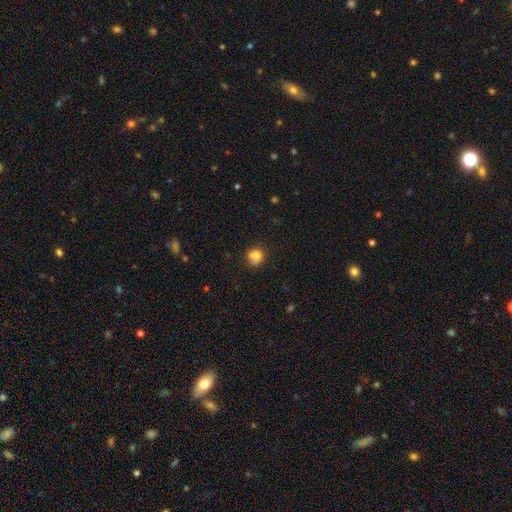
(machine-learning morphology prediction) Q: Smooth or featured?
A: smooth (74%); runner-up: featured or disk (15%)
Q: How rounded?
A: round (80%); runner-up: in between (19%)
Q: Merging?
A: none (52%); runner-up: merger (21%)